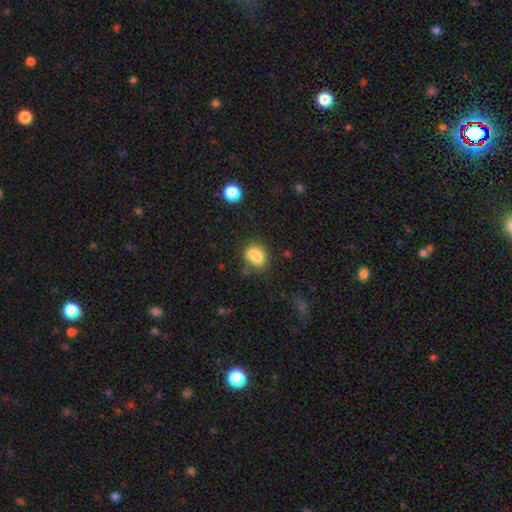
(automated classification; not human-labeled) smooth 79%, featured or disk 11%, star or artifact 10%. Down the decision tree: how rounded — in between (59%); merging — none (50%).